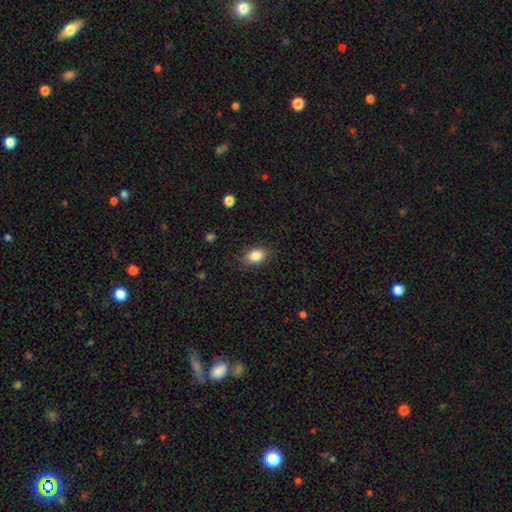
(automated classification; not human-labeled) Smooth or featured: smooth — 85% (star or artifact — 8%)
How rounded: in between — 79% (round — 19%)
Merging: none — 81% (minor disturbance — 14%)